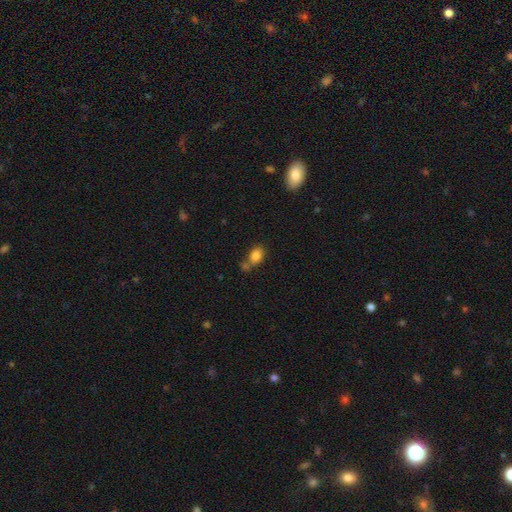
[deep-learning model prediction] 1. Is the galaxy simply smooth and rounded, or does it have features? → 83% smooth, 10% star or artifact, 7% featured or disk.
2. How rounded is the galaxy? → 65% in between, 34% round, 2% cigar-shaped.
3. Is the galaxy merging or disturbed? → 51% none, 28% merger, 15% minor disturbance, 6% major disturbance.